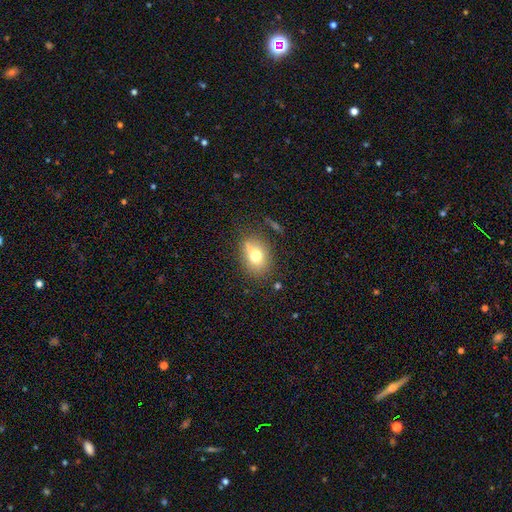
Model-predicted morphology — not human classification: Overall: smooth (70%). How rounded: in between (63%; round 35%). Merging: none (63%).